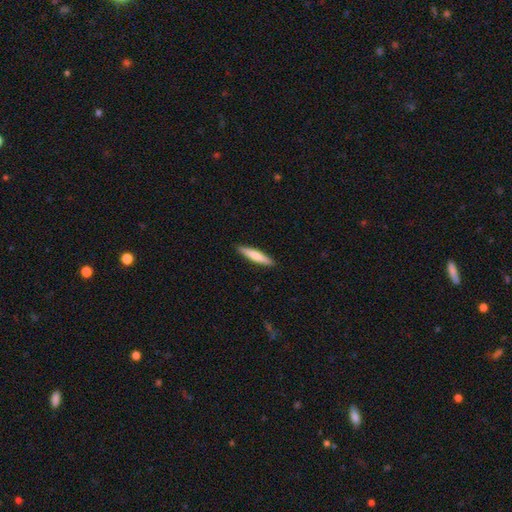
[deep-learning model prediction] The model was most divided on "smooth or featured": smooth: 68%, featured or disk: 27%, star or artifact: 5%. More confident: merging — none (91%); how rounded — cigar-shaped (89%).